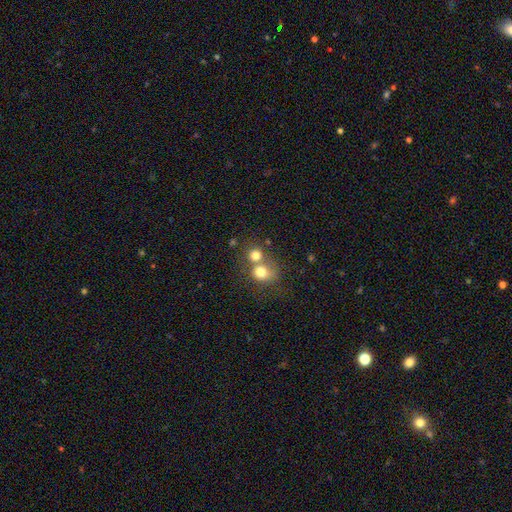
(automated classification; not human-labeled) Smooth or featured: smooth — 75% (star or artifact — 13%)
How rounded: round — 81% (in between — 18%)
Merging: merger — 49% (none — 40%)